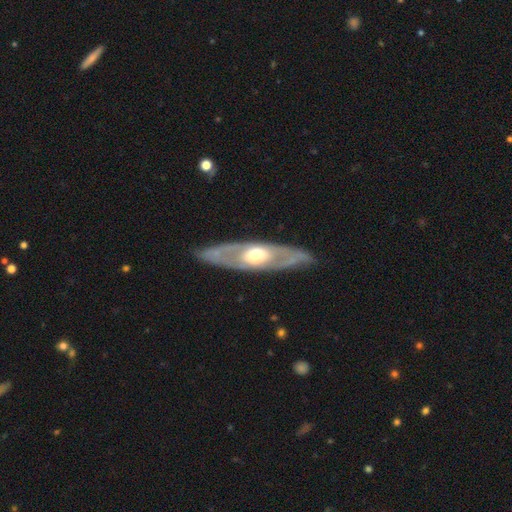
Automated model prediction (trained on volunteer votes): This appears to be a featured or disk galaxy (72%). Merging: none (83%).